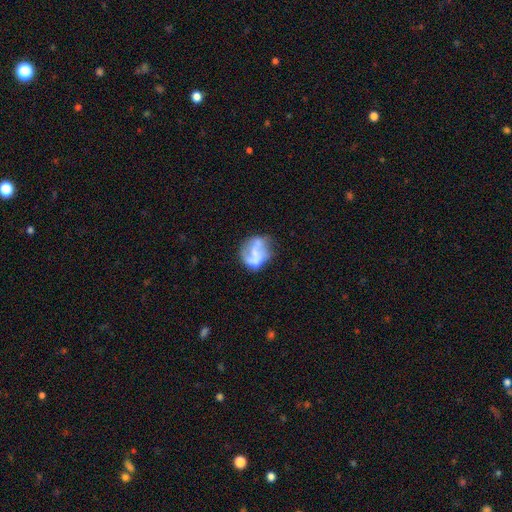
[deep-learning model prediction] Overall: featured or disk (54%; smooth 36%). Edge-on disk: no (98%). Bar: no (69%). Spiral arms: no (59%; yes 41%). Bulge size: none (59%). Merging: none (40%; major disturbance 27%).